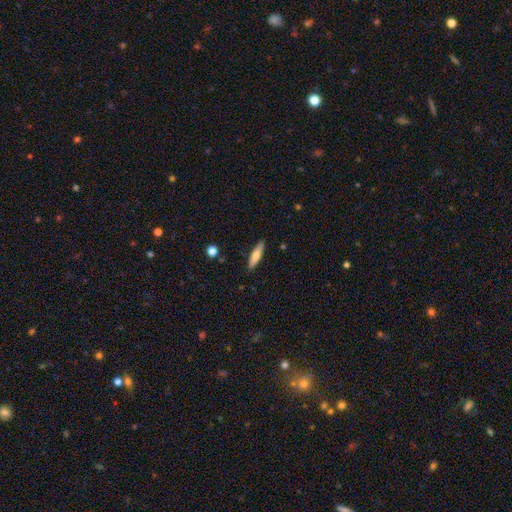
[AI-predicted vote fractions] This appears to be a smooth galaxy with no disk features (63%) that is cigar-shaped (77%). Merging: none (88%).